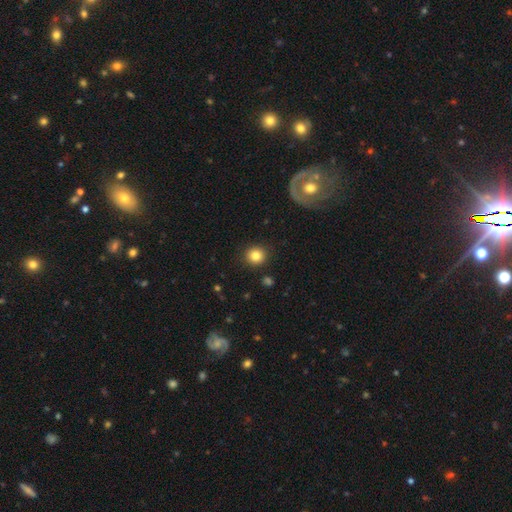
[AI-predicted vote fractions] Smooth or featured? Predicted: smooth (p=0.84). How rounded? Predicted: round (p=0.89). Merging? Predicted: none (p=0.91).